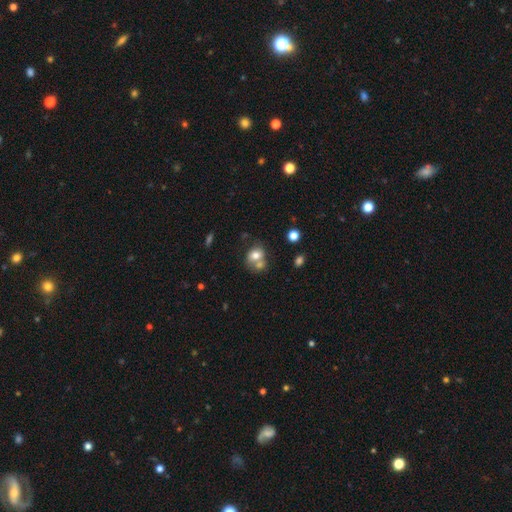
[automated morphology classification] A smooth galaxy with no disk features (72%) that is round (56%). Merging: merger (47%).